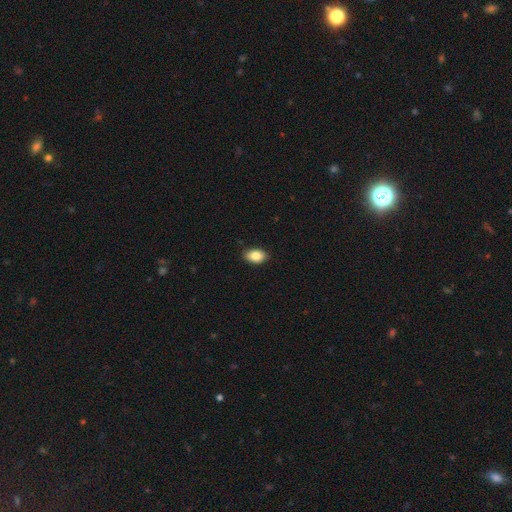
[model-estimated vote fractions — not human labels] smooth_or_featured: smooth (p=0.85) [alt: star or artifact p=0.08]
how_rounded: in between (p=0.90) [alt: round p=0.09]
merging: none (p=0.89) [alt: minor disturbance p=0.09]